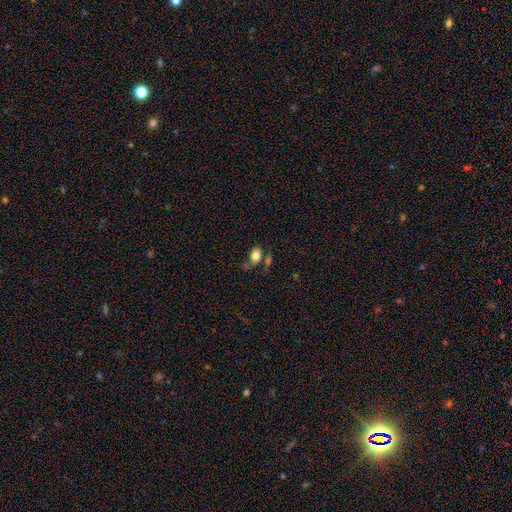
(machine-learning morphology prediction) smooth_or_featured: smooth (p=0.78) [alt: featured or disk p=0.12]
how_rounded: in between (p=0.81) [alt: round p=0.16]
merging: none (p=0.54) [alt: minor disturbance p=0.20]